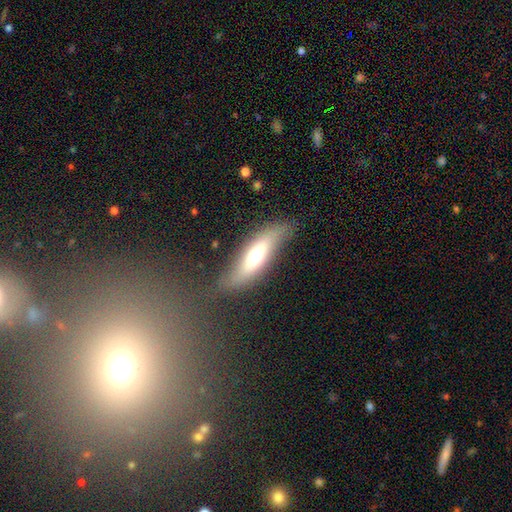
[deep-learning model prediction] Smooth or featured? Predicted: smooth (p=0.52). How rounded? Predicted: cigar-shaped (p=0.53). Merging? Predicted: none (p=0.65).